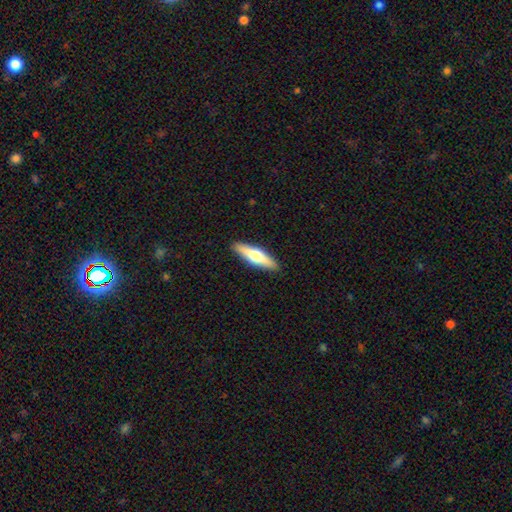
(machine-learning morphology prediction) The model was most divided on "smooth or featured": smooth: 50%, featured or disk: 44%, star or artifact: 5%. More confident: merging — none (90%); how rounded — cigar-shaped (67%).